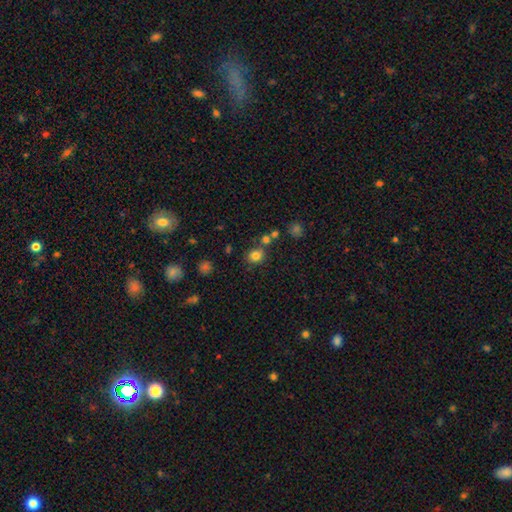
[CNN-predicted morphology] smooth-or-featured: smooth: 80% | star or artifact: 14% | featured or disk: 6%
  how-rounded: round: 78% | in between: 21% | cigar-shaped: 1%
  merging: none: 71% | merger: 15% | minor disturbance: 11% | major disturbance: 4%